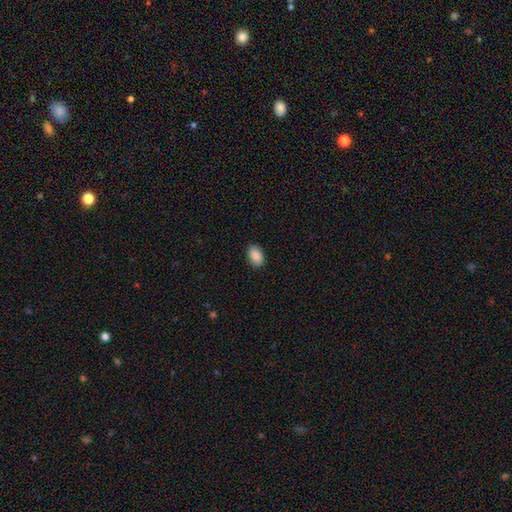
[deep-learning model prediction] Q: Smooth or featured?
A: smooth (87%); runner-up: star or artifact (7%)
Q: How rounded?
A: in between (88%); runner-up: round (10%)
Q: Merging?
A: none (88%); runner-up: minor disturbance (9%)